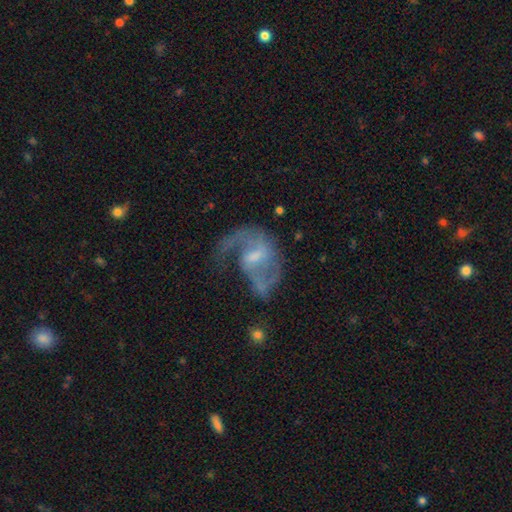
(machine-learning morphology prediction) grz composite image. It shows a featured or disk galaxy (84%) with a weak bar (60%), 2 (71%) loose (45%) spiral arms (92%) and a moderate central bulge (40%). Merging: none (47%).